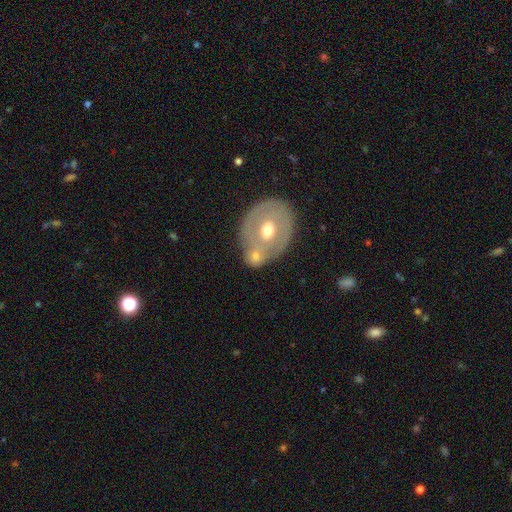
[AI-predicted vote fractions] smooth_or_featured: smooth (p=0.50) [alt: featured or disk p=0.43]
merging: none (p=0.41) [alt: merger p=0.40]